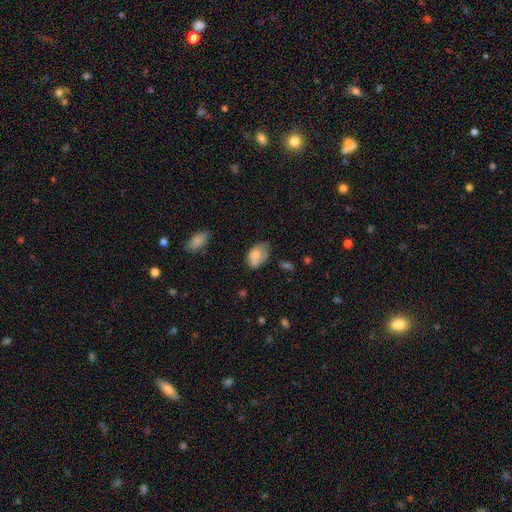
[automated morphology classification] This appears to be a smooth galaxy with no disk features (76%) that is in between round and cigar-shaped (88%). Merging: none (47%).